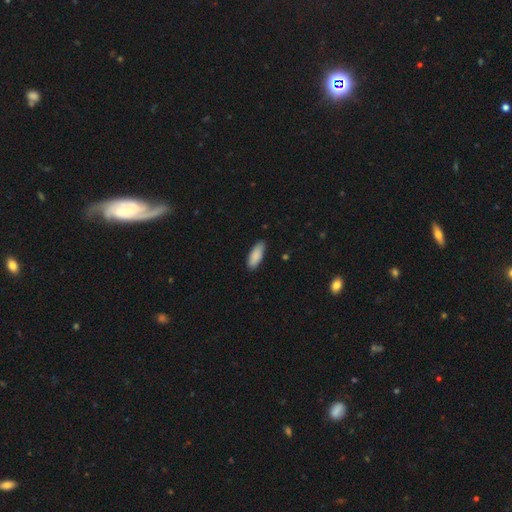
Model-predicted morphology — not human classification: smooth_or_featured: smooth (p=0.88) [alt: featured or disk p=0.06]
how_rounded: in between (p=0.73) [alt: cigar-shaped p=0.26]
merging: none (p=0.83) [alt: minor disturbance p=0.14]